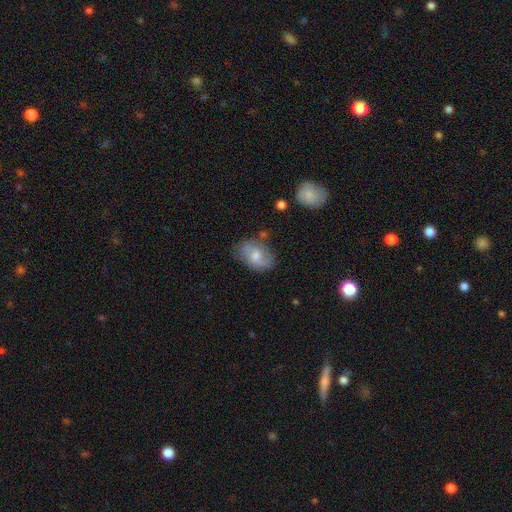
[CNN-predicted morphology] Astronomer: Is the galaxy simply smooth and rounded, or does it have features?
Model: smooth — 54% (runner-up: featured or disk, 38%).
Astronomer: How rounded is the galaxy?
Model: in between — 81%.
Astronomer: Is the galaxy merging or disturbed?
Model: none — 68%.